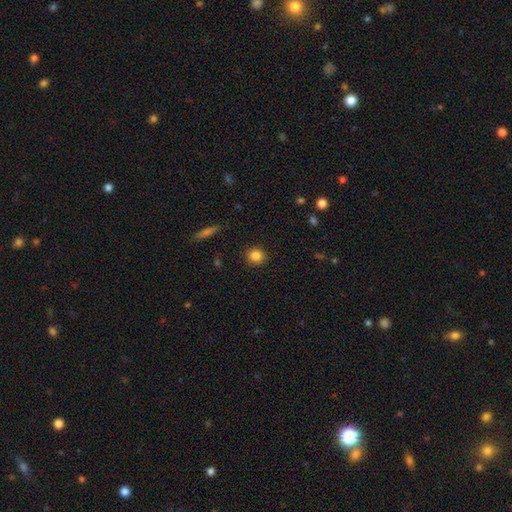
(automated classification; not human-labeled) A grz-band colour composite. It shows a smooth galaxy with no disk features (85%) that is round (85%). Merging: none (91%).